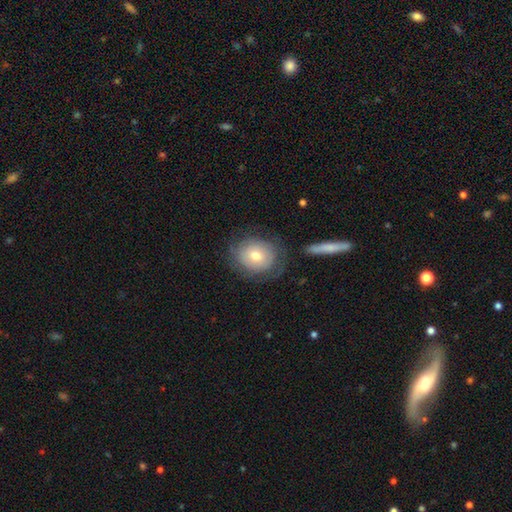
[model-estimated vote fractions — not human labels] The model was most divided on "smooth or featured": smooth: 56%, featured or disk: 35%, star or artifact: 9%. More confident: how rounded — round (73%); merging — none (71%).